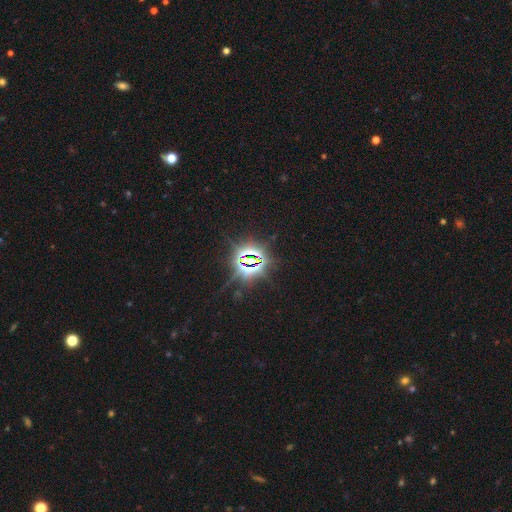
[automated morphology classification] The model was most divided on "smooth or featured": star or artifact: 83%, smooth: 9%, featured or disk: 8%.